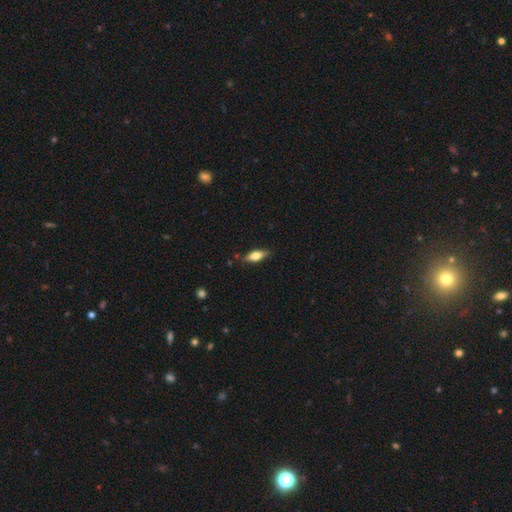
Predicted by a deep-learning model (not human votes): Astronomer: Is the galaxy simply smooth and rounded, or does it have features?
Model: smooth — 66%.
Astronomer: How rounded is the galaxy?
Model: in between — 72%.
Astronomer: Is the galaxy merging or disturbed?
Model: none — 81%.